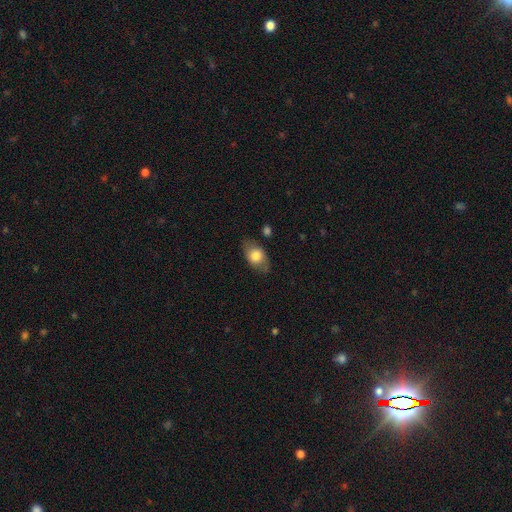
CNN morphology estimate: smooth_or_featured: smooth (p=0.72) [alt: featured or disk p=0.21]
how_rounded: in between (p=0.83) [alt: round p=0.14]
merging: none (p=0.75) [alt: minor disturbance p=0.17]